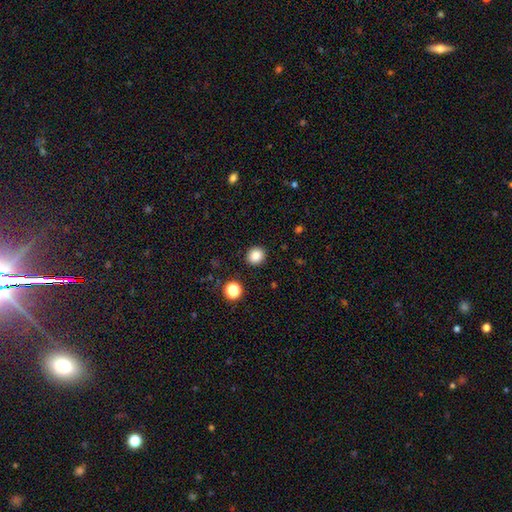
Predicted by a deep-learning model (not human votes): smooth-or-featured: smooth: 85% | star or artifact: 11% | featured or disk: 3%
  how-rounded: round: 82% | in between: 17% | cigar-shaped: 1%
  merging: none: 90% | minor disturbance: 6% | major disturbance: 2% | merger: 2%